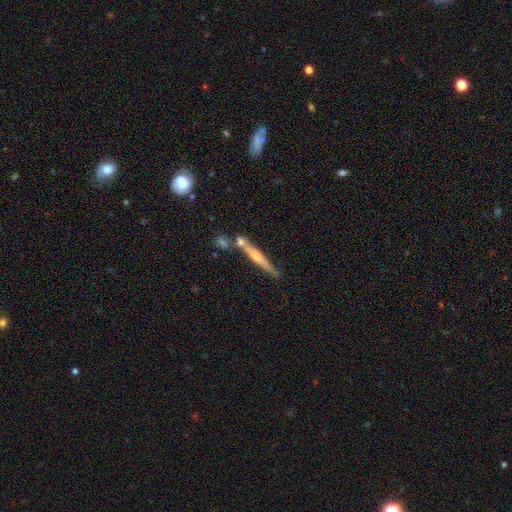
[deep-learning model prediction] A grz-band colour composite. It shows a featured or disk galaxy (48%). Merging: none (59%).